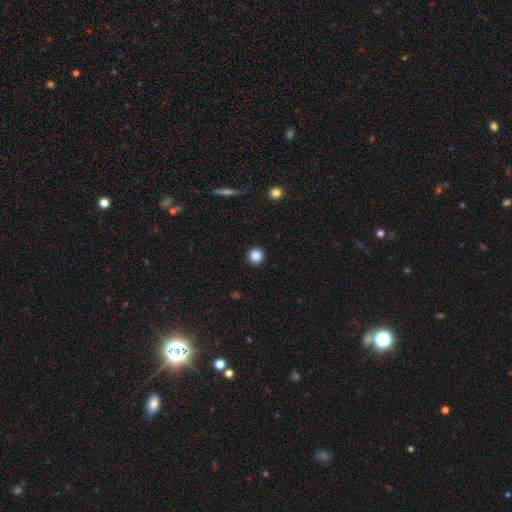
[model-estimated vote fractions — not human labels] Q: Smooth or featured?
A: smooth (87%); runner-up: star or artifact (10%)
Q: How rounded?
A: round (95%); runner-up: in between (4%)
Q: Merging?
A: none (93%); runner-up: minor disturbance (5%)